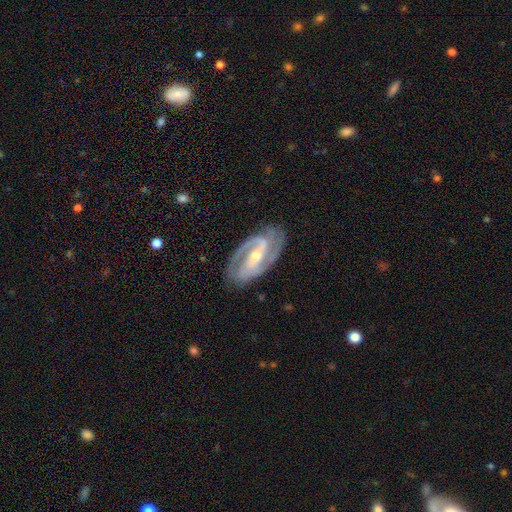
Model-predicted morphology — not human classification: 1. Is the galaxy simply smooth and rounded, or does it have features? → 91% featured or disk, 5% smooth, 4% star or artifact.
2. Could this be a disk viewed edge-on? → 96% no, 4% yes.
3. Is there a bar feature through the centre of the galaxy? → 49% strong, 32% weak, 19% no.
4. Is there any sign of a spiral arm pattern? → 97% yes, 3% no.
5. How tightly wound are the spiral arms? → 48% medium, 40% tight, 12% loose.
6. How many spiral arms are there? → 88% 2, 5% 3, 3% can't tell, 2% 1, 1% 4, 1% more than 4.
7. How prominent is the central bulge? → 50% small, 46% moderate, 2% large, 1% none, 1% dominant.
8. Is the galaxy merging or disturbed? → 81% none, 13% minor disturbance, 4% major disturbance, 1% merger.